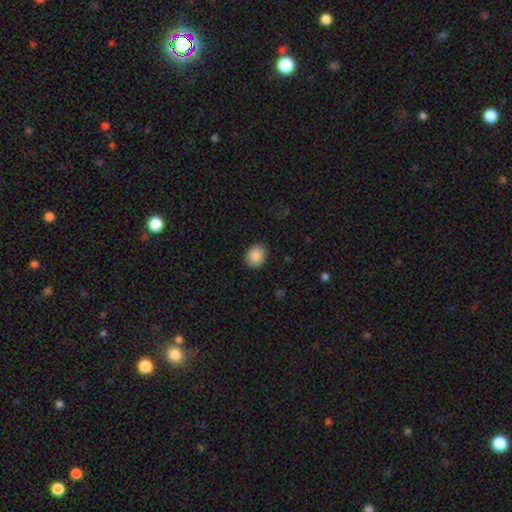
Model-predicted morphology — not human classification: smooth-or-featured: smooth: 89% | star or artifact: 8% | featured or disk: 3%
  how-rounded: round: 54% | in between: 46% | cigar-shaped: 1%
  merging: none: 88% | minor disturbance: 9% | major disturbance: 2% | merger: 1%